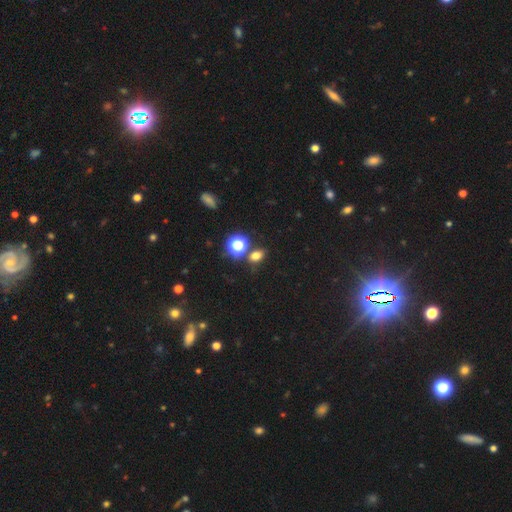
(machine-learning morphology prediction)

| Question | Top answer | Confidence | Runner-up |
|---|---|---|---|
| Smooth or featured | smooth | 69% | star or artifact (24%) |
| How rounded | in between | 66% | round (32%) |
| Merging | none | 76% | minor disturbance (11%) |